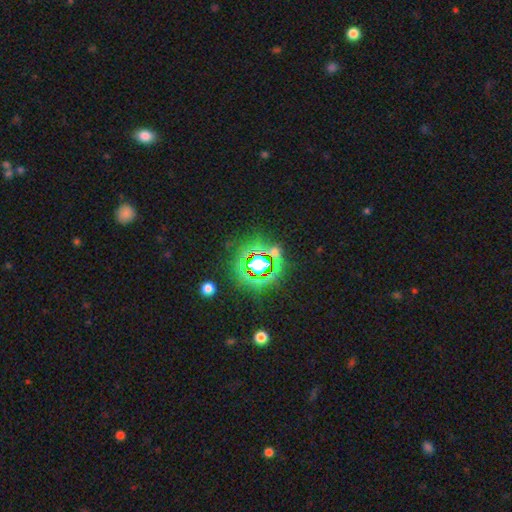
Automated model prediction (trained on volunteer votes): Morphology: type=star or artifact (78%).